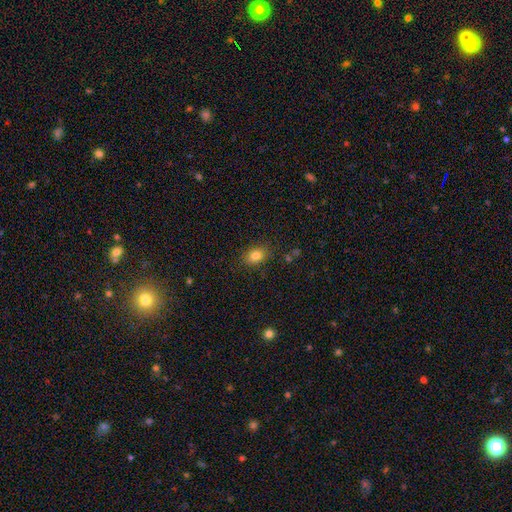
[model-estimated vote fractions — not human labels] Q: Smooth or featured?
A: smooth (83%); runner-up: star or artifact (11%)
Q: How rounded?
A: in between (70%); runner-up: round (29%)
Q: Merging?
A: none (85%); runner-up: minor disturbance (11%)